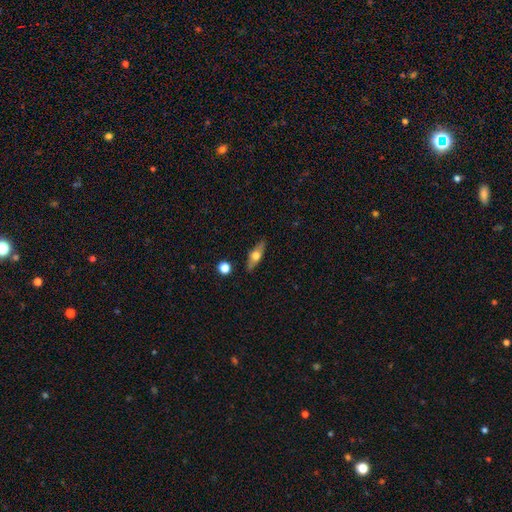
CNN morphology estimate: The model was most divided on "smooth or featured": smooth: 47%, featured or disk: 46%, star or artifact: 7%. More confident: merging — none (86%).